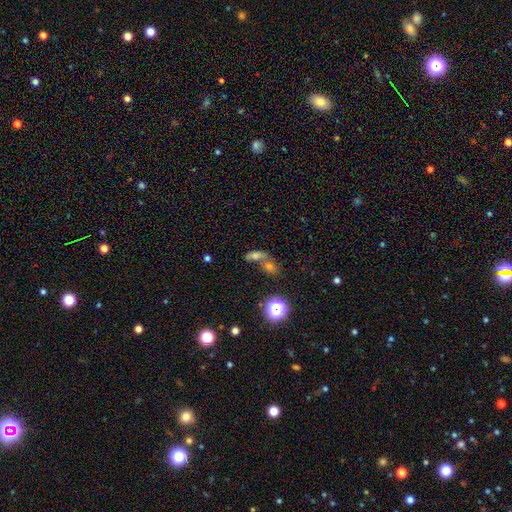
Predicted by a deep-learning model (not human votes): Morphology: type=smooth (61%); roundness=in between (68%); merging=merger (57%).